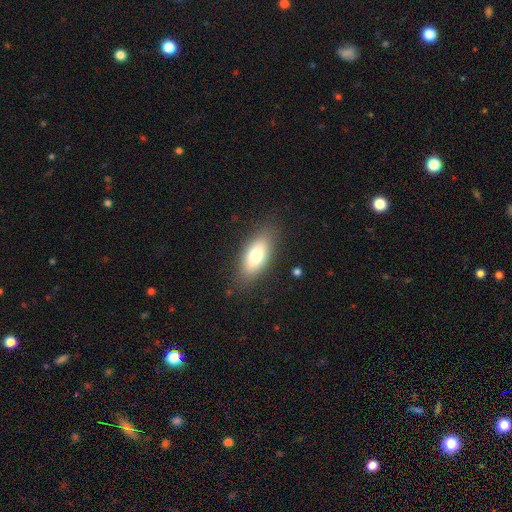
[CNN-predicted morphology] type=smooth (75%); roundness=in between (84%); merging=none (82%).